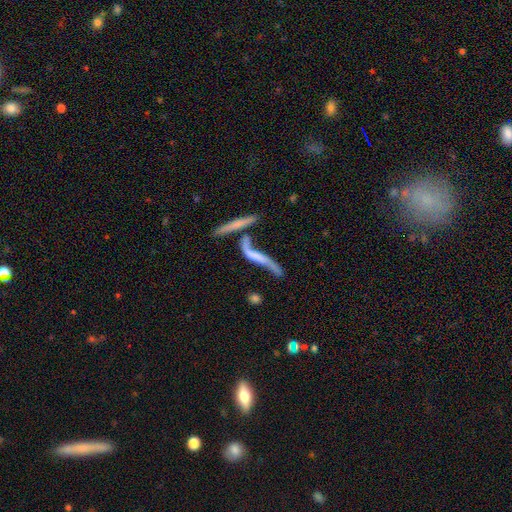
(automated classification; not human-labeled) This appears to be a featured or disk galaxy (66%). Merging: merger (36%).